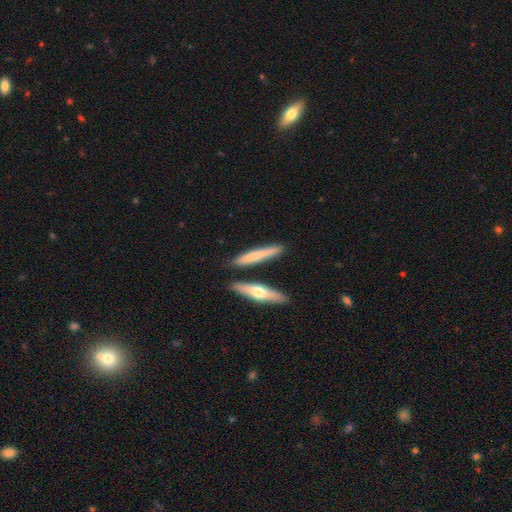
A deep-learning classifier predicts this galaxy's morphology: Smooth or featured?
  - smooth: 59% *
  - featured or disk: 36%
  - star or artifact: 5%
How rounded?
  - cigar-shaped: 91% *
  - in between: 7%
  - round: 2%
Merging?
  - none: 79% *
  - minor disturbance: 10%
  - merger: 9%
  - major disturbance: 2%